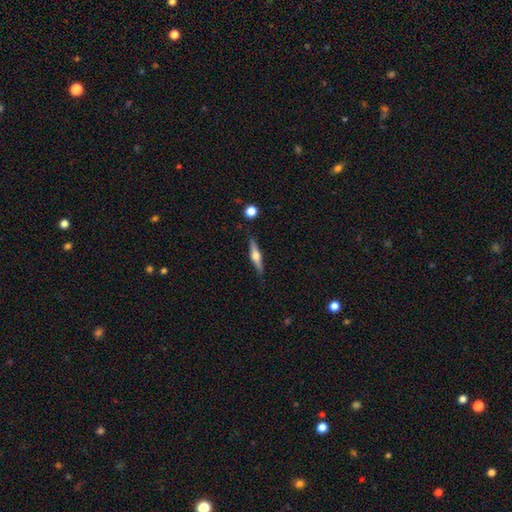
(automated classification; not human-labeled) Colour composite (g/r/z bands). It shows a featured or disk galaxy (64%) viewed edge-on (97%) with a rounded central bulge (94%). Merging: none (87%).